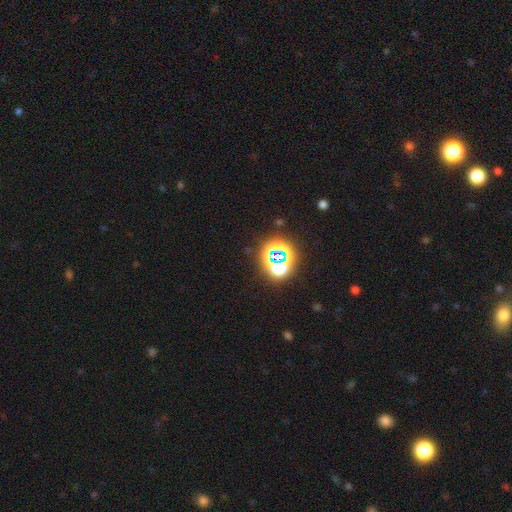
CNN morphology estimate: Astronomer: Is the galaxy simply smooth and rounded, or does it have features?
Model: star or artifact — 78%.